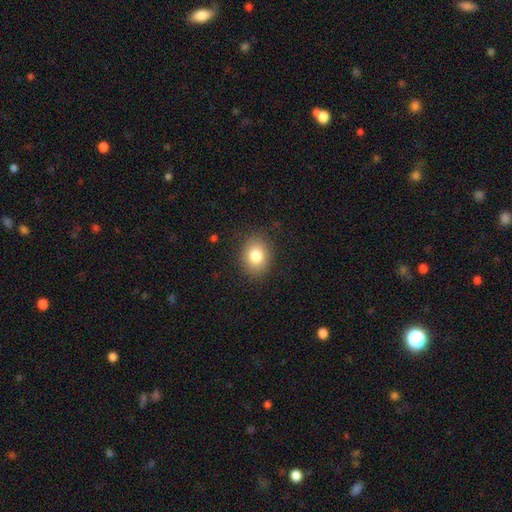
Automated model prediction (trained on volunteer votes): A smooth galaxy with no disk features (82%) that is in between round and cigar-shaped (50%).

Vote fractions:
- Smooth or featured? smooth: 82% / star or artifact: 9% / featured or disk: 9%
- How rounded? in between: 50% / round: 49% / cigar-shaped: 1%
- Merging? none: 86% / minor disturbance: 10% / major disturbance: 3% / merger: 1%